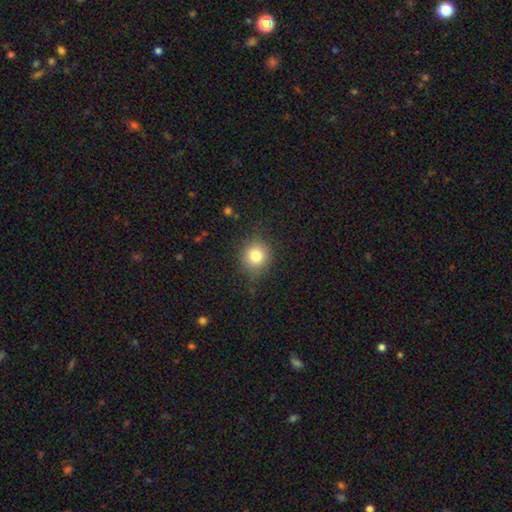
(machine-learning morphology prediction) smooth_or_featured: smooth (p=0.79) [alt: star or artifact p=0.12]
how_rounded: round (p=0.84) [alt: in between p=0.15]
merging: none (p=0.79) [alt: minor disturbance p=0.16]